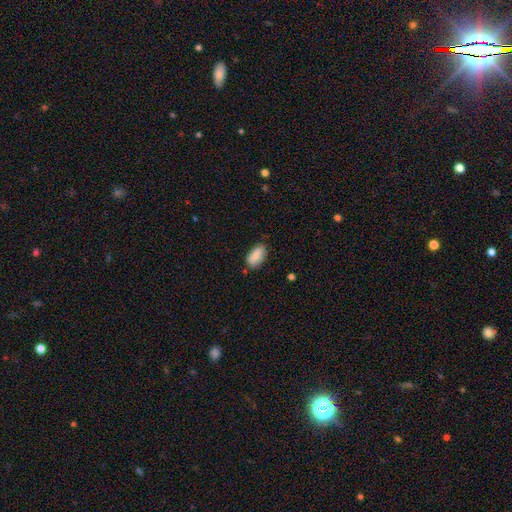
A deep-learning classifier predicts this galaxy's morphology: smooth_or_featured: smooth (p=0.85) [alt: featured or disk p=0.08]
how_rounded: in between (p=0.92) [alt: cigar-shaped p=0.05]
merging: none (p=0.72) [alt: minor disturbance p=0.22]